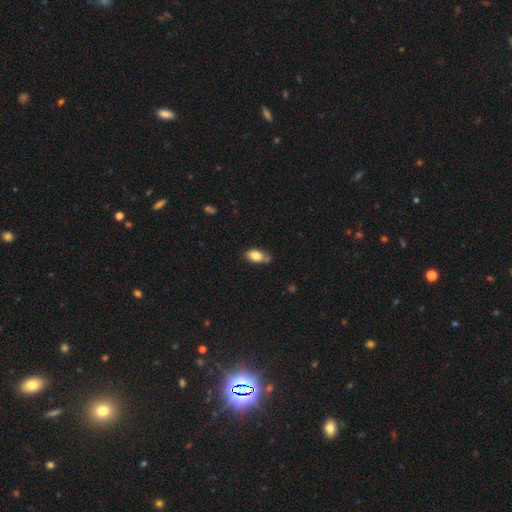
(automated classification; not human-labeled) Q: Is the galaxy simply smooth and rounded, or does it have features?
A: smooth — 81%.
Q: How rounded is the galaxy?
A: in between — 89%.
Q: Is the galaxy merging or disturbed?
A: none — 62%.